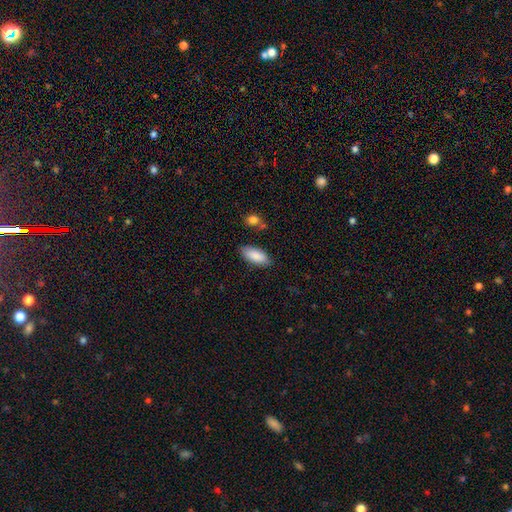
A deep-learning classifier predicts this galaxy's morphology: A smooth galaxy with no disk features (88%) that is in between round and cigar-shaped (86%). Merging: none (83%).